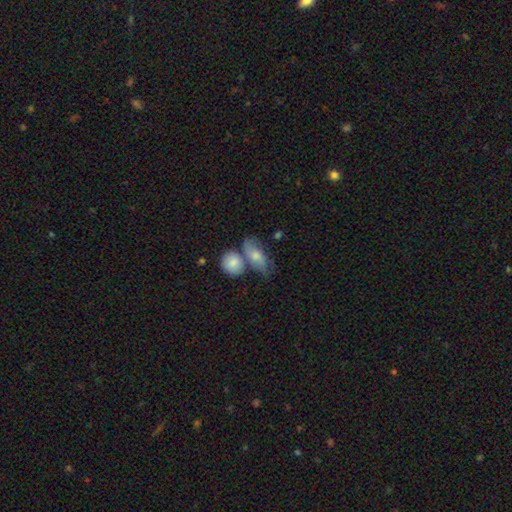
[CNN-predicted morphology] Smooth or featured: smooth — 64% (featured or disk — 29%)
How rounded: in between — 82% (round — 12%)
Merging: none — 37% (merger — 36%)